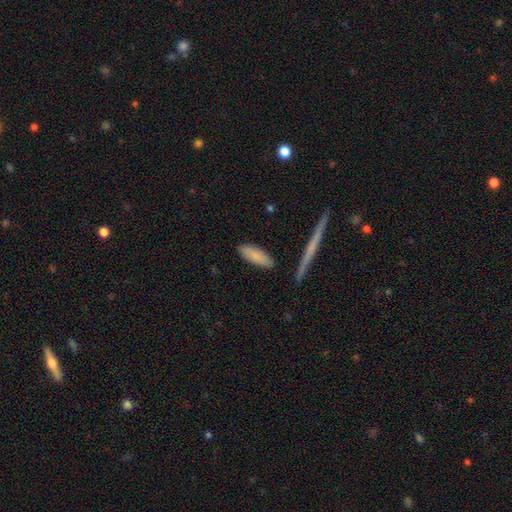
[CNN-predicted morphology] Q: Smooth or featured?
A: smooth (83%); runner-up: featured or disk (11%)
Q: How rounded?
A: in between (59%); runner-up: cigar-shaped (39%)
Q: Merging?
A: none (84%); runner-up: minor disturbance (11%)